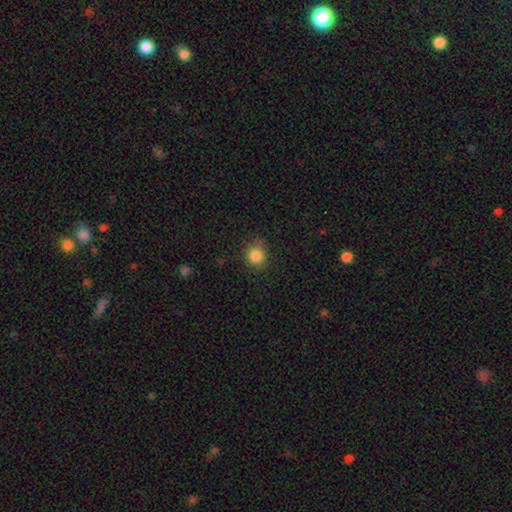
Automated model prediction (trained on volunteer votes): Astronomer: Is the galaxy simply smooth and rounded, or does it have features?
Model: smooth — 85%.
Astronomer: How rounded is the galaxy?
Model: round — 85%.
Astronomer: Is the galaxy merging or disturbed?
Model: none — 75%.